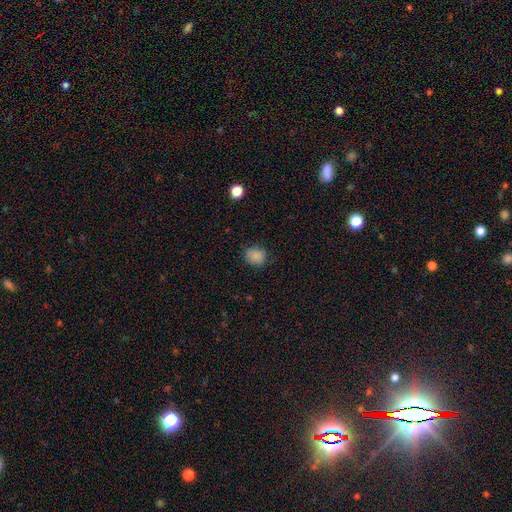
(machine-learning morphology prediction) Smooth or featured: smooth — 86% (star or artifact — 10%)
How rounded: round — 70% (in between — 30%)
Merging: none — 81% (minor disturbance — 14%)